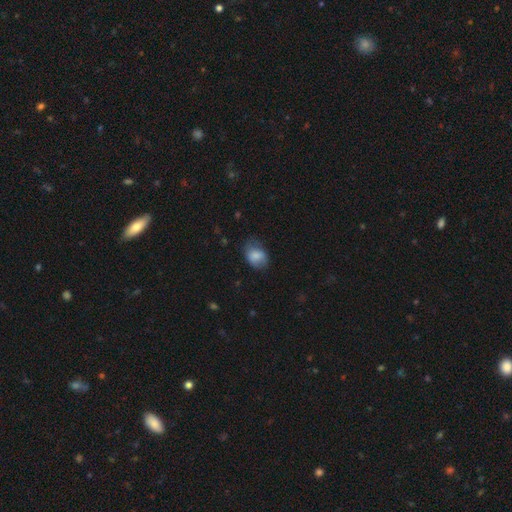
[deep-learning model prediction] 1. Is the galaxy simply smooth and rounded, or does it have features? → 79% smooth, 13% featured or disk, 8% star or artifact.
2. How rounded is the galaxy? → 67% in between, 32% round, 1% cigar-shaped.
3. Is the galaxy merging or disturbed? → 57% none, 30% minor disturbance, 11% major disturbance, 1% merger.